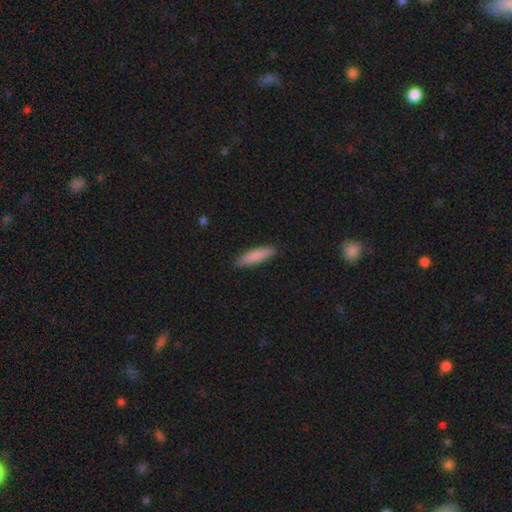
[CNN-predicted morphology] This appears to be a smooth galaxy with no disk features (85%) that is cigar-shaped (78%). Merging: none (89%).